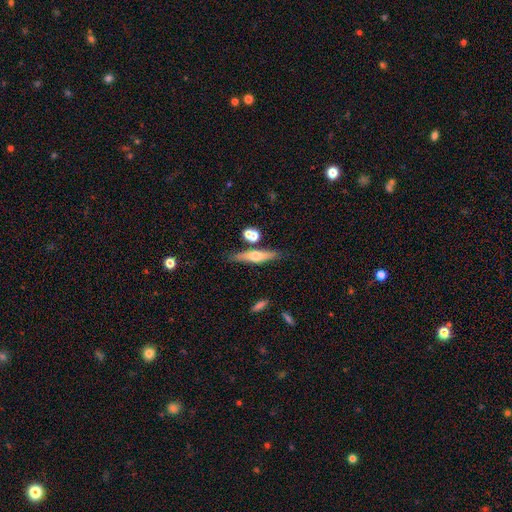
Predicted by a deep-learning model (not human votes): The model was most divided on "smooth or featured": featured or disk: 47%, smooth: 46%, star or artifact: 7%. More confident: merging — none (77%).